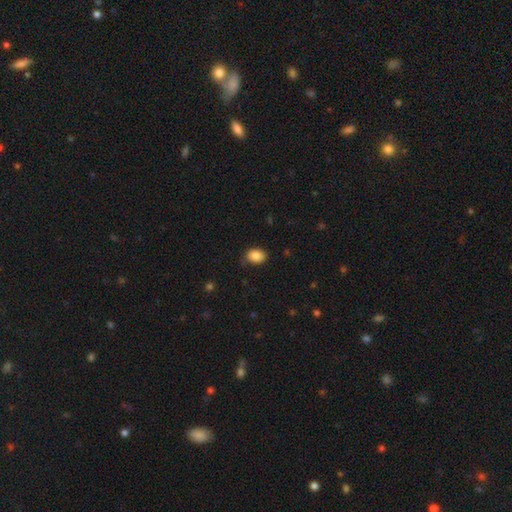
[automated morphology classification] type=smooth (87%); roundness=in between (74%); merging=none (81%).